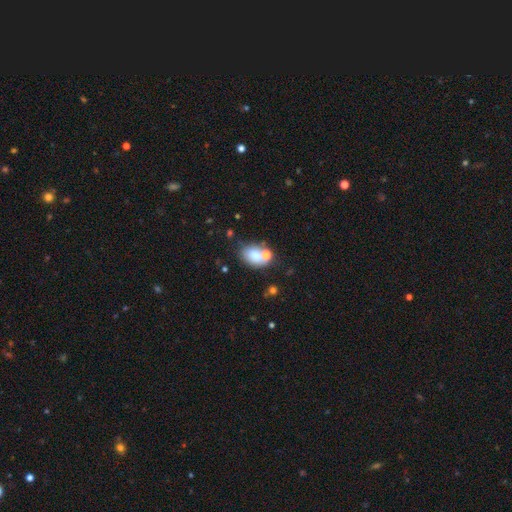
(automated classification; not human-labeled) Smooth or featured? smooth (76%)
How rounded? in between (76%)
Merging? none (50%)